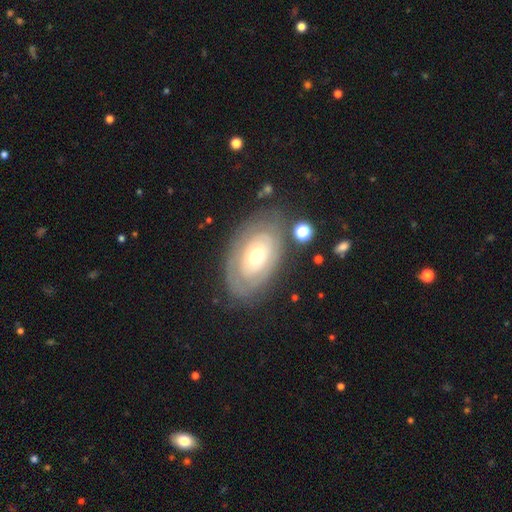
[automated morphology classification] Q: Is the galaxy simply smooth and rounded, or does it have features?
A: featured or disk — 63%.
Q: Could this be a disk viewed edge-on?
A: no — 93%.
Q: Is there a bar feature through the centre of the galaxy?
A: no — 86%.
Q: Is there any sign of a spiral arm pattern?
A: no — 56%.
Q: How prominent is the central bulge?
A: moderate — 68%.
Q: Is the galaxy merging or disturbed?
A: none — 74%.